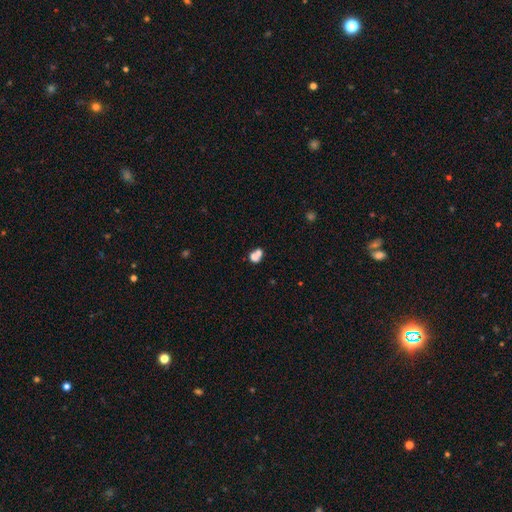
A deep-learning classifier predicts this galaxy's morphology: Smooth or featured? Predicted: smooth (p=0.67). How rounded? Predicted: round (p=0.56). Merging? Predicted: merger (p=0.56).